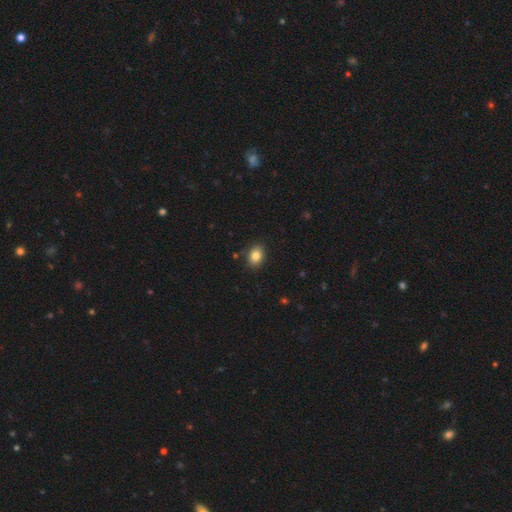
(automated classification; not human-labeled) Smooth or featured?
  - smooth: 84% *
  - star or artifact: 9%
  - featured or disk: 7%
How rounded?
  - in between: 69% *
  - round: 29%
  - cigar-shaped: 1%
Merging?
  - none: 87% *
  - minor disturbance: 9%
  - major disturbance: 2%
  - merger: 2%